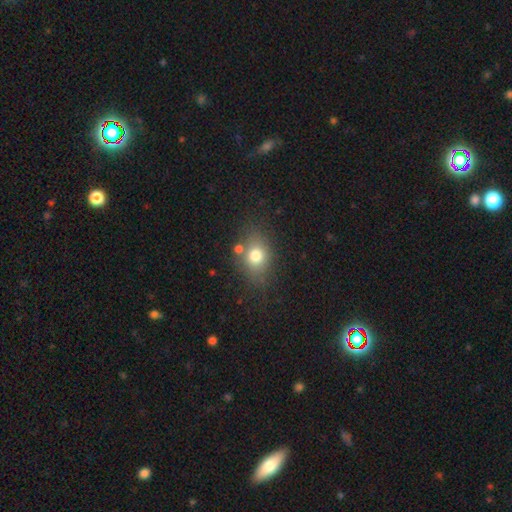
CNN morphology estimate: Overall: smooth (75%). How rounded: in between (58%; round 41%). Merging: none (70%).